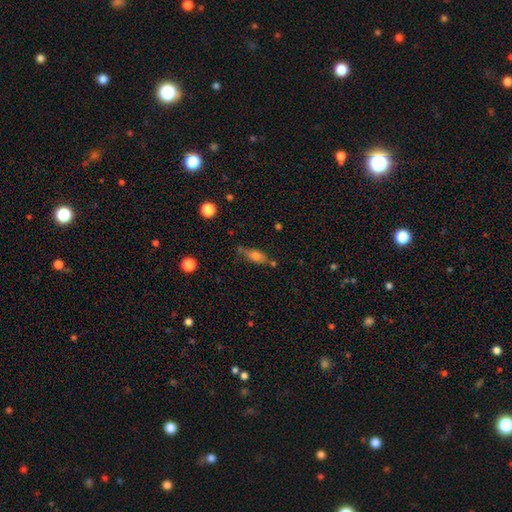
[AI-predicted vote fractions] smooth 61%, featured or disk 29%, star or artifact 10%. Down the decision tree: how rounded — in between (65%); merging — none (59%).